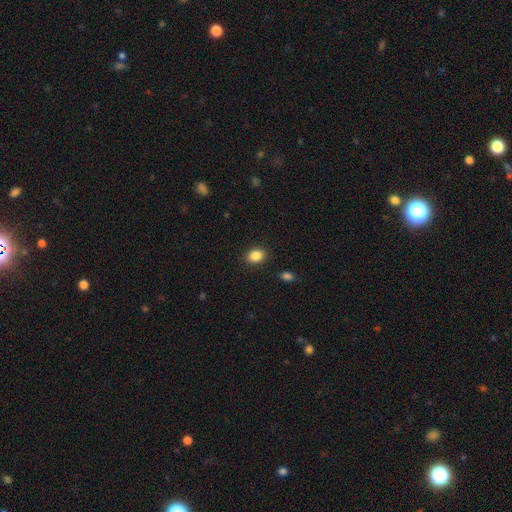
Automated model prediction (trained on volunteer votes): Smooth or featured? smooth (87%)
How rounded? in between (69%)
Merging? none (89%)